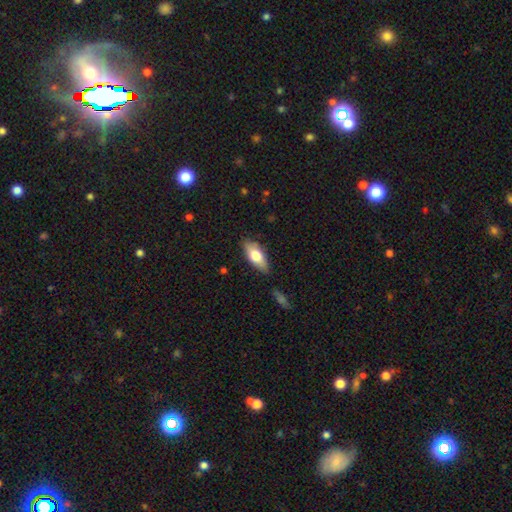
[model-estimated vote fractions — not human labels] This appears to be a smooth galaxy with no disk features (72%) that is in between round and cigar-shaped (81%). Merging: none (82%).